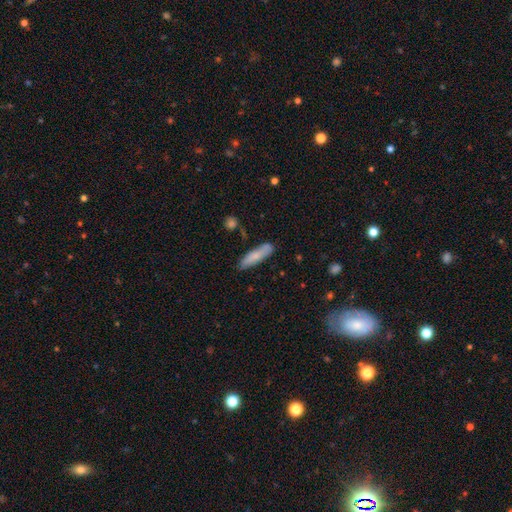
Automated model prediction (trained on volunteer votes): This appears to be a smooth galaxy with no disk features (73%) that is cigar-shaped (69%). Merging: none (77%).